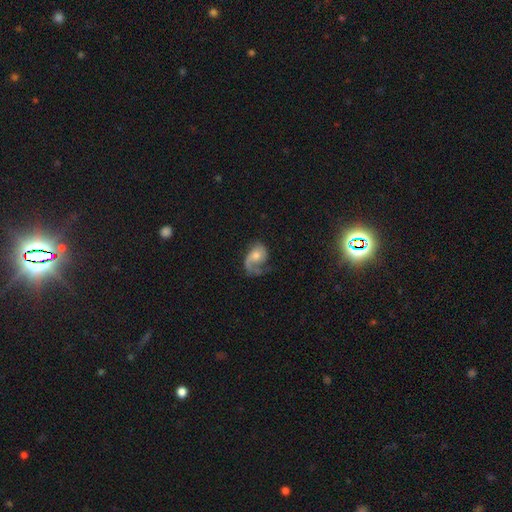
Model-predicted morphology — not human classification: A featured or disk galaxy (68%) with no bar (73%), 1 (64%) loose (45%) spiral arms (89%) and a moderate central bulge (55%).

Vote fractions:
- Smooth or featured? featured or disk: 68% / smooth: 25% / star or artifact: 7%
- Edge-on disk? no: 97% / yes: 3%
- Bar? no: 73% / weak: 23% / strong: 4%
- Spiral arms? yes: 89% / no: 11%
- Spiral winding? loose: 45% / medium: 37% / tight: 19%
- Spiral arm count? 1: 64% / 2: 27% / can't tell: 6% / 3: 1% / 4: 1% / more than 4: 1%
- Bulge size? moderate: 55% / small: 30% / large: 9% / none: 5% / dominant: 2%
- Merging? none: 38% / major disturbance: 37% / minor disturbance: 22% / merger: 3%